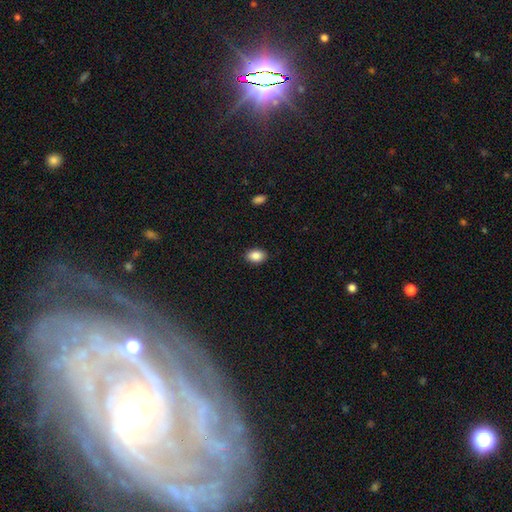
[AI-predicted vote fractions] Smooth or featured? Predicted: smooth (p=0.87). How rounded? Predicted: in between (p=0.83). Merging? Predicted: none (p=0.89).